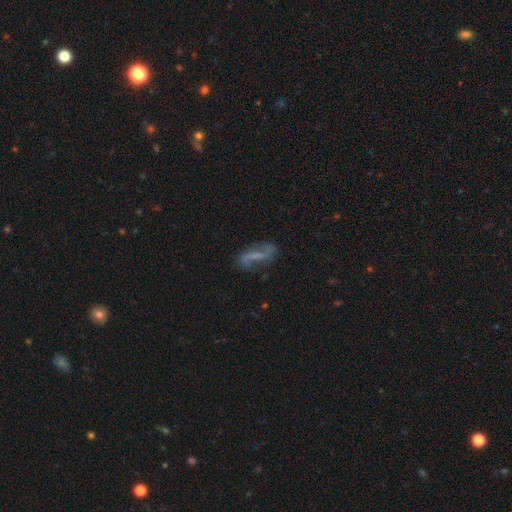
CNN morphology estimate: smooth_or_featured: featured or disk (p=0.70) [alt: smooth p=0.21]
disk_edge_on: no (p=0.90) [alt: yes p=0.10]
bar: strong (p=0.37) [alt: weak p=0.36]
has_spiral_arms: yes (p=0.86) [alt: no p=0.14]
spiral_winding: loose (p=0.78) [alt: medium p=0.16]
spiral_arm_count: 2 (p=0.88) [alt: can't tell p=0.05]
bulge_size: none (p=0.59) [alt: small p=0.26]
merging: none (p=0.70) [alt: minor disturbance p=0.17]